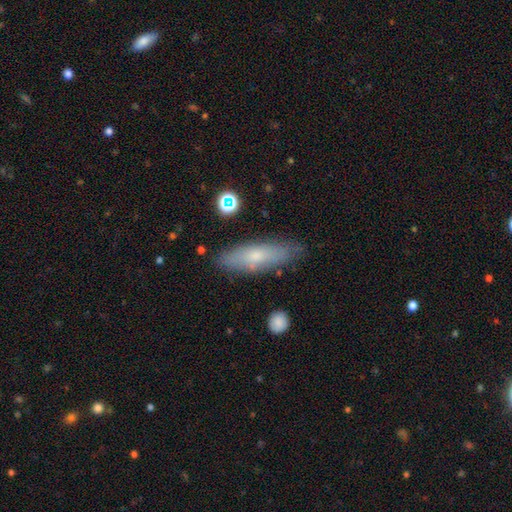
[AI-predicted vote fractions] This appears to be a smooth galaxy with no disk features (61%) that is cigar-shaped (57%). Merging: none (83%).